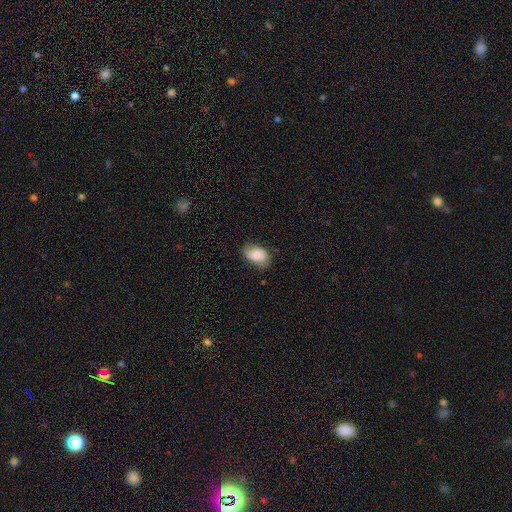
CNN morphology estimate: A smooth galaxy with no disk features (67%) that is in between round and cigar-shaped (86%).

Vote fractions:
- Smooth or featured? smooth: 67% / featured or disk: 26% / star or artifact: 8%
- How rounded? in between: 86% / round: 13% / cigar-shaped: 1%
- Merging? none: 64% / minor disturbance: 27% / major disturbance: 7% / merger: 1%